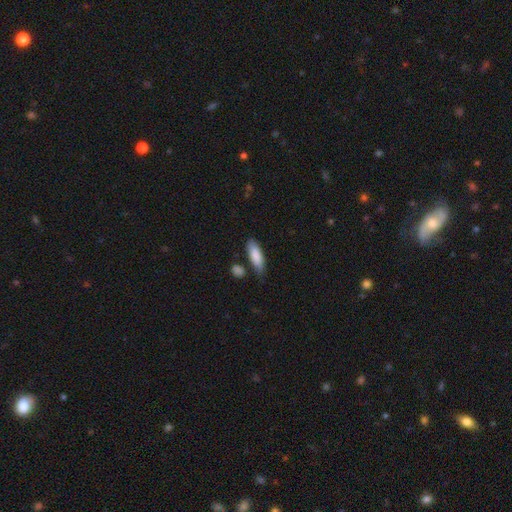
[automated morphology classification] type=smooth (84%); roundness=in between (63%); merging=none (70%).